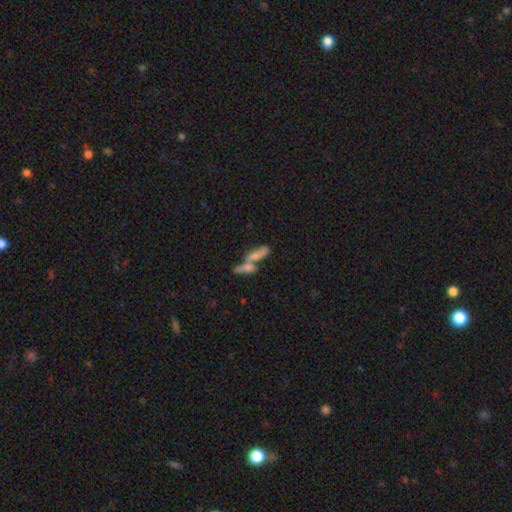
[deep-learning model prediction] Smooth or featured? smooth (53%)
How rounded? cigar-shaped (56%)
Merging? merger (55%)